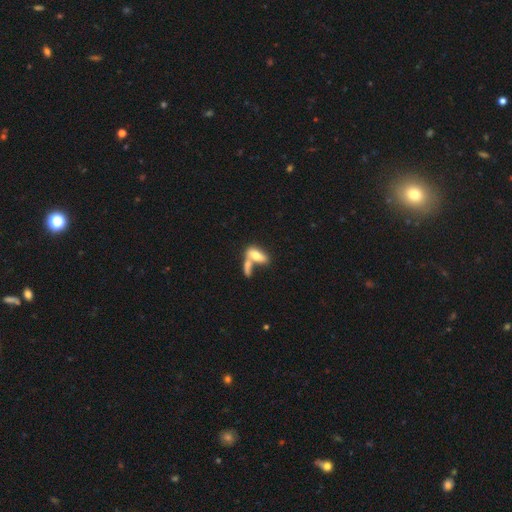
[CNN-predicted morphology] smooth_or_featured: smooth (p=0.67) [alt: featured or disk p=0.25]
how_rounded: in between (p=0.76) [alt: cigar-shaped p=0.20]
merging: merger (p=0.58) [alt: none p=0.27]